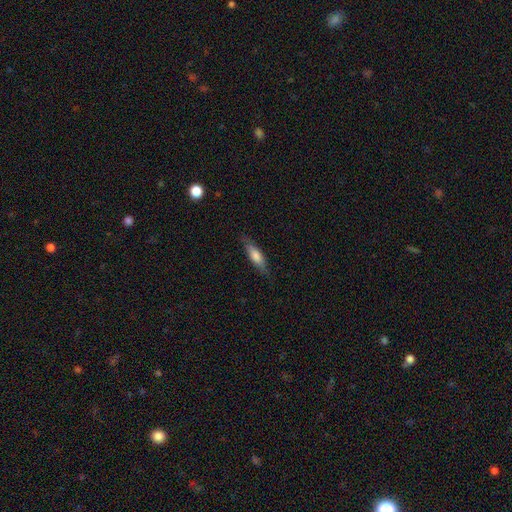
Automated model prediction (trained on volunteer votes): smooth_or_featured: smooth (p=0.66) [alt: featured or disk p=0.28]
how_rounded: cigar-shaped (p=0.63) [alt: in between p=0.35]
merging: none (p=0.81) [alt: minor disturbance p=0.14]